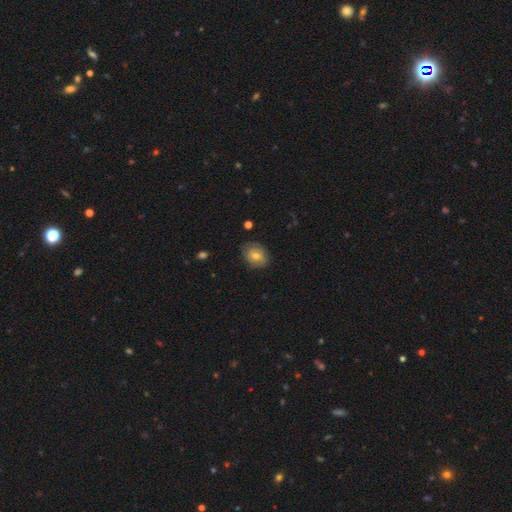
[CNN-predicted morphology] Smooth or featured? Predicted: smooth (p=0.69). How rounded? Predicted: in between (p=0.55). Merging? Predicted: none (p=0.78).